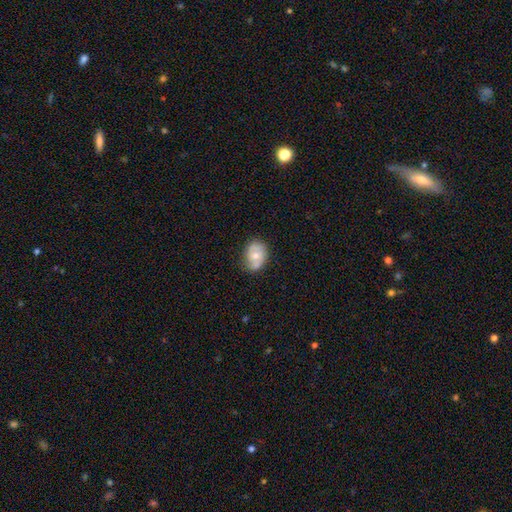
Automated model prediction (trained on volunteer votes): smooth 52%, featured or disk 41%, star or artifact 7%. Down the decision tree: how rounded — in between (58%); merging — none (63%).